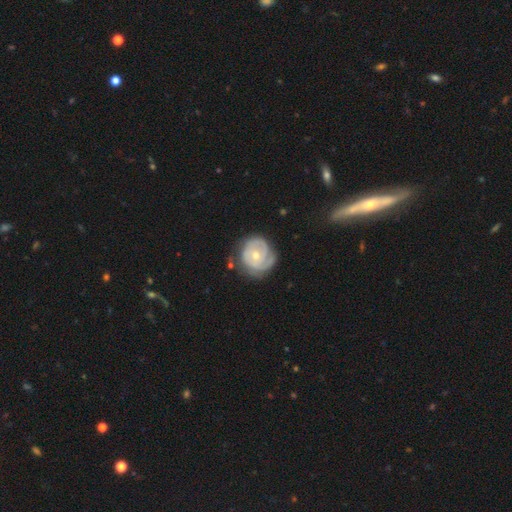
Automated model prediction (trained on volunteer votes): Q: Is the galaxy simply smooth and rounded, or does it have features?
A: featured or disk — 75%.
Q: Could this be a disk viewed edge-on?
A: no — 98%.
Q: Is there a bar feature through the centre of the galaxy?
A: no — 78%.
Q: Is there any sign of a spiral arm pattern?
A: yes — 89%.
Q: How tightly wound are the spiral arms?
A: tight — 69%.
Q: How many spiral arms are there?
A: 2 — 30%.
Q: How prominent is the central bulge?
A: small — 49%.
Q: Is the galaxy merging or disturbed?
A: none — 65%.